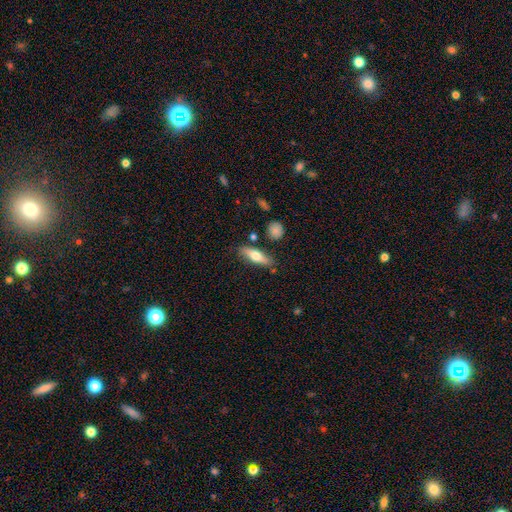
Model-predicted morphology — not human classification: This appears to be a smooth galaxy with no disk features (62%) that is cigar-shaped (53%). Merging: none (78%).